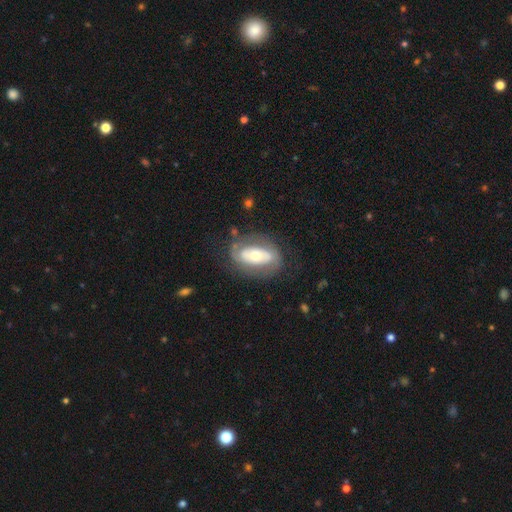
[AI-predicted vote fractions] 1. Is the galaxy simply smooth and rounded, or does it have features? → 61% featured or disk, 33% smooth, 6% star or artifact.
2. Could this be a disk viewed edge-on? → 92% no, 8% yes.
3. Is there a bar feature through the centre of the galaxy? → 59% no, 22% strong, 19% weak.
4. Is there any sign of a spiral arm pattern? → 51% yes, 49% no.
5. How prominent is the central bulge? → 55% moderate, 31% small, 10% large, 2% dominant, 1% none.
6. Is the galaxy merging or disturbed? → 70% none, 17% minor disturbance, 11% major disturbance, 2% merger.